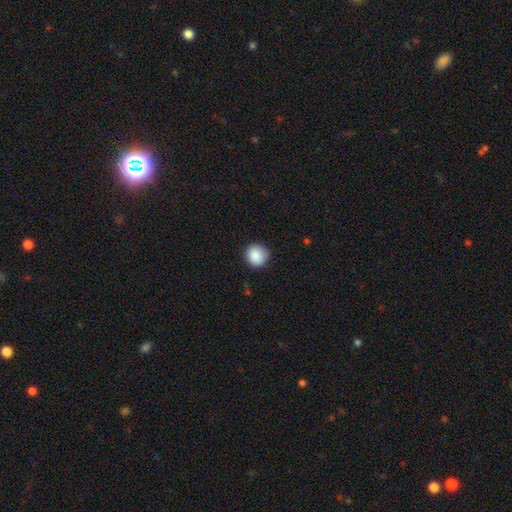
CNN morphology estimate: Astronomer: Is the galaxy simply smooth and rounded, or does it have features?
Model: smooth — 88%.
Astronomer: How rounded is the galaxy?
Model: round — 93%.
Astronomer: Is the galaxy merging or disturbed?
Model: none — 85%.